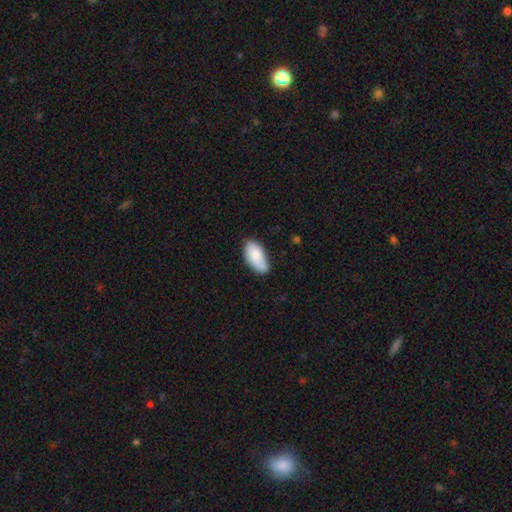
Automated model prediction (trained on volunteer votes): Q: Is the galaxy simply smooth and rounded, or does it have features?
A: smooth — 82%.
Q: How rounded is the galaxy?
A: in between — 94%.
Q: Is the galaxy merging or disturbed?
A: none — 57%.